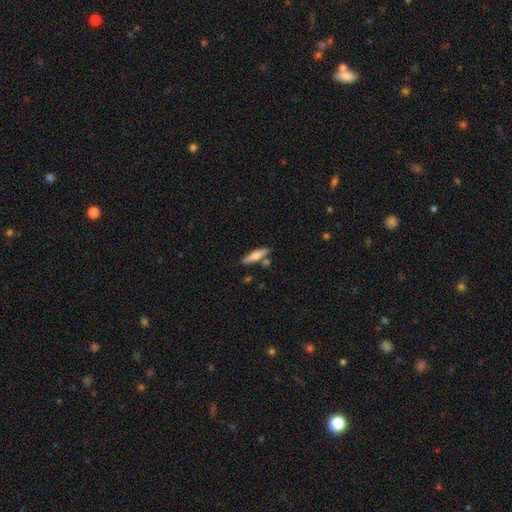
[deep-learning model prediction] Q: Smooth or featured?
A: smooth (55%); runner-up: featured or disk (39%)
Q: How rounded?
A: cigar-shaped (78%); runner-up: in between (20%)
Q: Merging?
A: none (77%); runner-up: minor disturbance (11%)